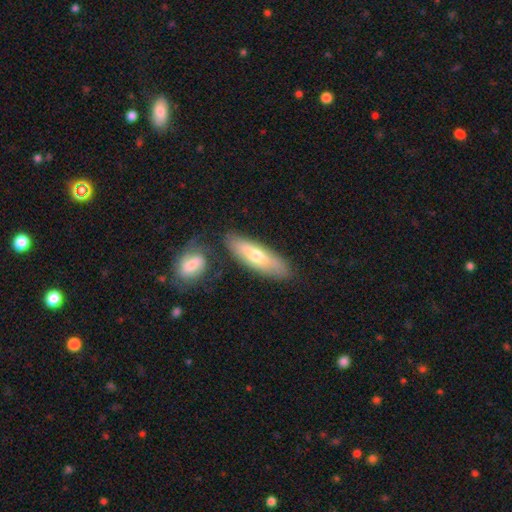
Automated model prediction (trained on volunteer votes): Q: Smooth or featured?
A: smooth (57%); runner-up: featured or disk (37%)
Q: How rounded?
A: cigar-shaped (54%); runner-up: in between (44%)
Q: Merging?
A: none (75%); runner-up: minor disturbance (13%)